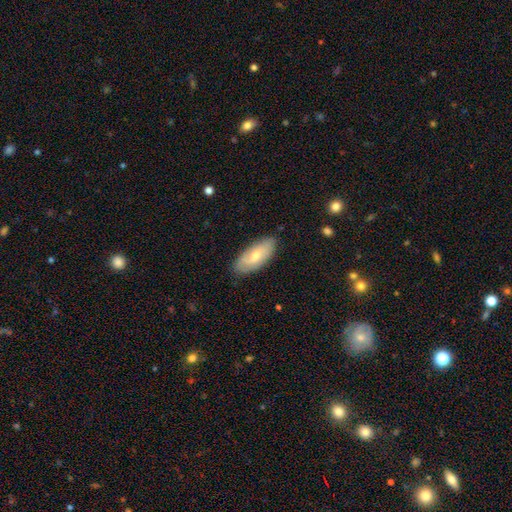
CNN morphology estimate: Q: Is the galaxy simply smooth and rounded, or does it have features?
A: smooth — 56%.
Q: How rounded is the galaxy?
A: in between — 87%.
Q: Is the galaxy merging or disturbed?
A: none — 78%.